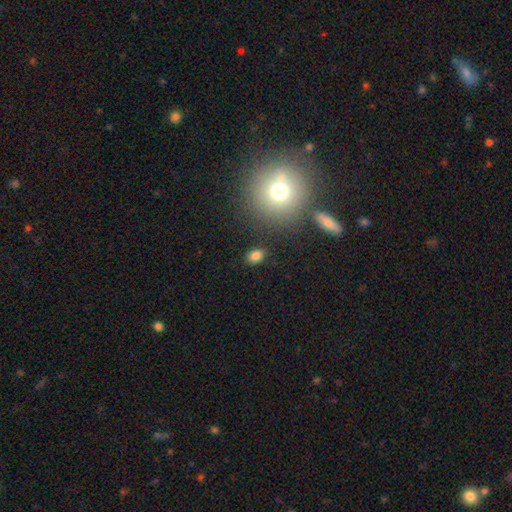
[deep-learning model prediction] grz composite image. It shows a smooth galaxy with no disk features (81%) that is in between round and cigar-shaped (75%). Merging: none (83%).